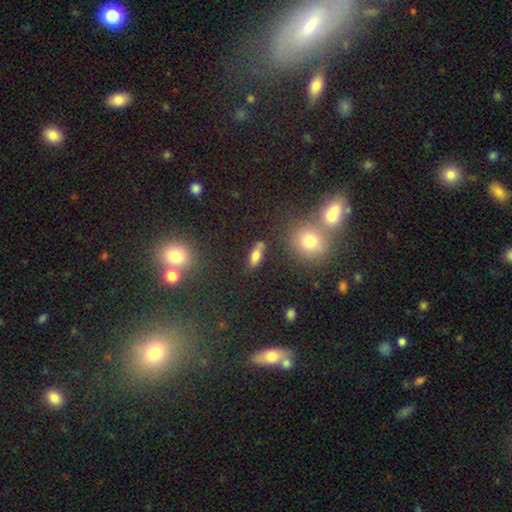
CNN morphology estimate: This is likely a smooth galaxy (72%). How rounded: likely in between (72%). Merging: likely none (70%).